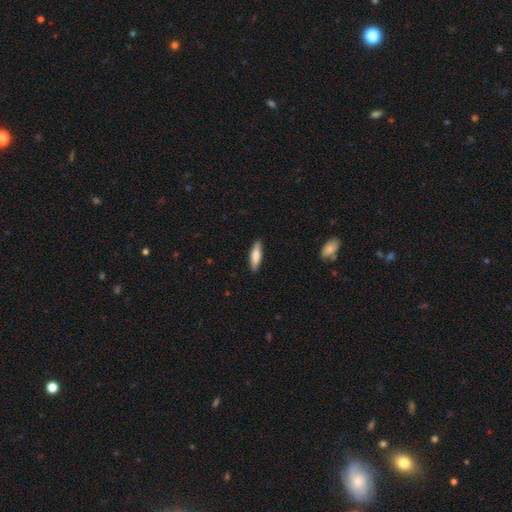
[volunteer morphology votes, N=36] smooth-or-featured: smooth: 81% | featured or disk: 14% | star or artifact: 6%
  how-rounded: cigar-shaped: 79% | in between: 21% | round: 0%
  merging: none: 100% | minor disturbance: 0% | major disturbance: 0% | merger: 0%